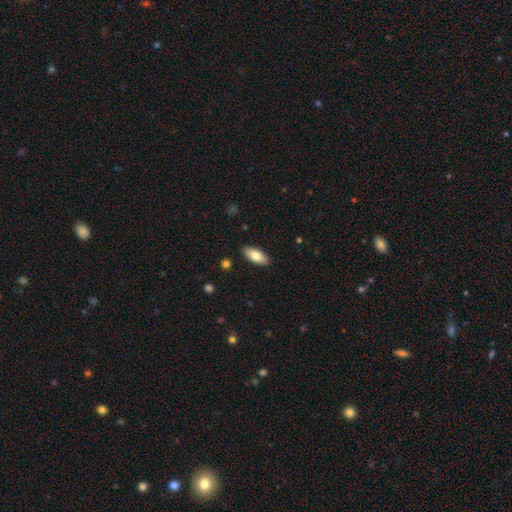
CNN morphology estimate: Q: Smooth or featured?
A: smooth (79%); runner-up: featured or disk (15%)
Q: How rounded?
A: in between (86%); runner-up: cigar-shaped (11%)
Q: Merging?
A: none (88%); runner-up: minor disturbance (9%)